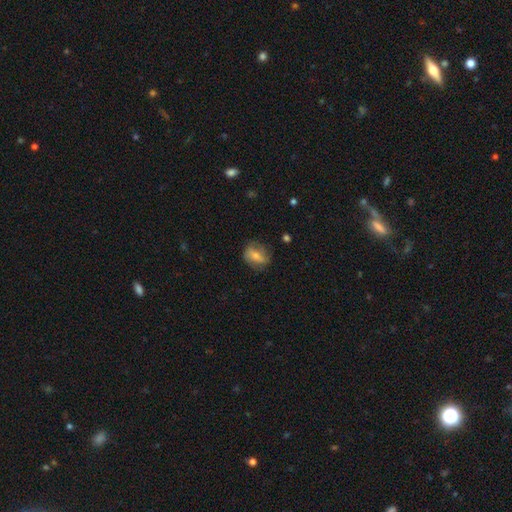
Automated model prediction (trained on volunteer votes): smooth_or_featured: smooth (p=0.59) [alt: featured or disk p=0.33]
how_rounded: in between (p=0.50) [alt: round p=0.47]
merging: none (p=0.70) [alt: minor disturbance p=0.21]